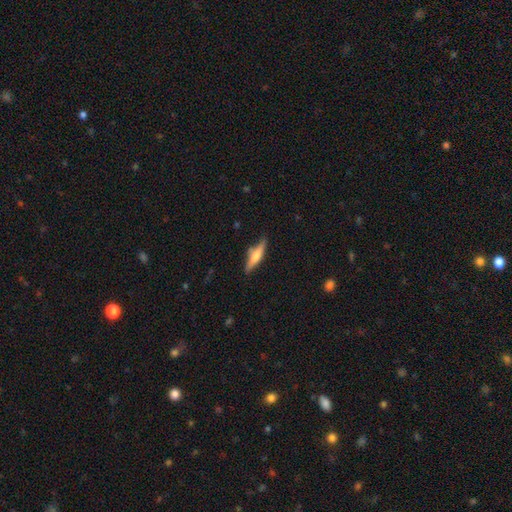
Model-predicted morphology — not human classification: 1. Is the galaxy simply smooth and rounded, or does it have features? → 50% featured or disk, 44% smooth, 6% star or artifact.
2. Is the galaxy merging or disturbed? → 80% none, 14% minor disturbance, 3% major disturbance, 3% merger.